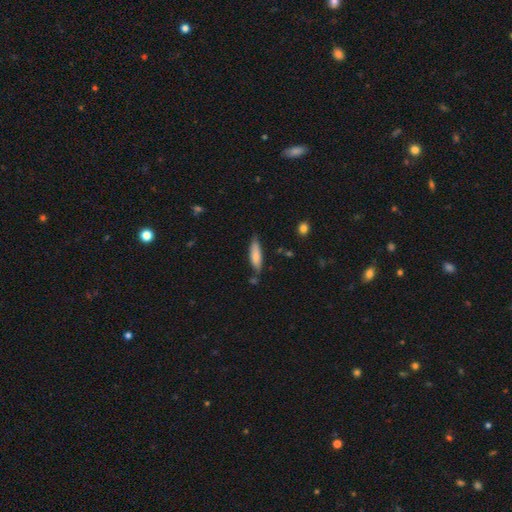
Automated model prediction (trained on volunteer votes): Morphology: type=smooth (76%); roundness=cigar-shaped (65%); merging=none (68%).